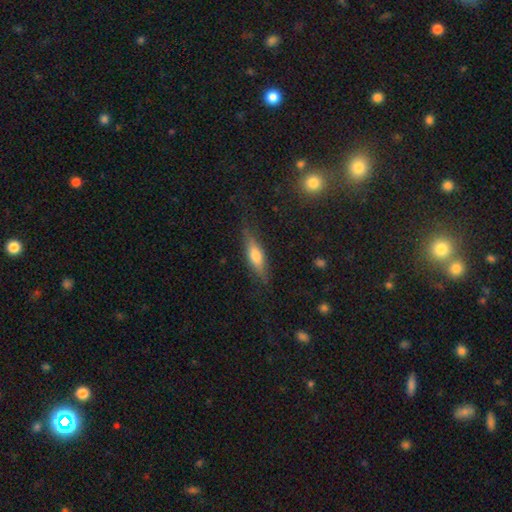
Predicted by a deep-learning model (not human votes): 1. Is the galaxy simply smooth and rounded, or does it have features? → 59% smooth, 34% featured or disk, 7% star or artifact.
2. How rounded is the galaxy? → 54% cigar-shaped, 43% in between, 3% round.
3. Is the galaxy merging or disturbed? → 77% none, 17% minor disturbance, 5% major disturbance, 1% merger.